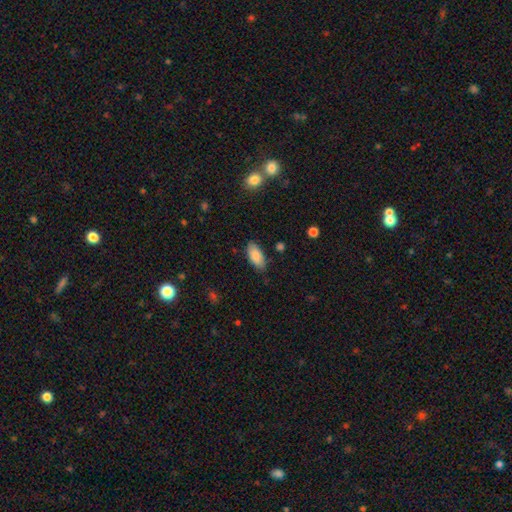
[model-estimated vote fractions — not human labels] smooth_or_featured: smooth (p=0.87) [alt: star or artifact p=0.07]
how_rounded: in between (p=0.91) [alt: cigar-shaped p=0.07]
merging: none (p=0.81) [alt: minor disturbance p=0.15]